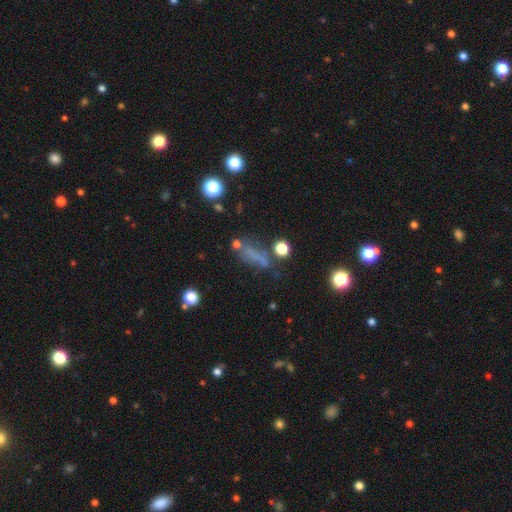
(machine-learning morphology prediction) smooth_or_featured: smooth (p=0.52) [alt: star or artifact p=0.25]
how_rounded: cigar-shaped (p=0.49) [alt: in between p=0.40]
merging: none (p=0.51) [alt: minor disturbance p=0.21]